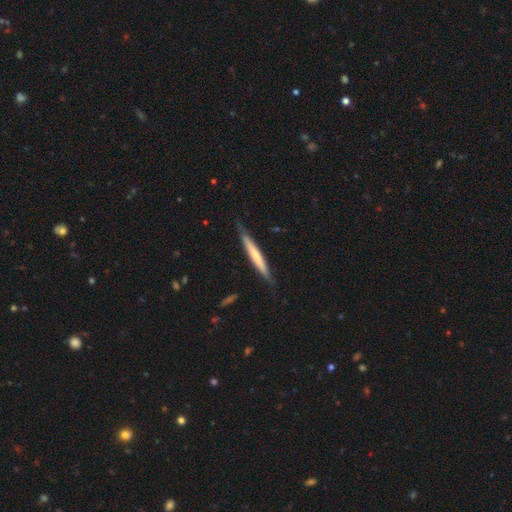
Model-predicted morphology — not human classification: A smooth galaxy with no disk features (55%) that is cigar-shaped (96%).

Vote fractions:
- Smooth or featured? smooth: 55% / featured or disk: 40% / star or artifact: 5%
- How rounded? cigar-shaped: 96% / in between: 3% / round: 1%
- Merging? none: 83% / minor disturbance: 14% / major disturbance: 2% / merger: 1%